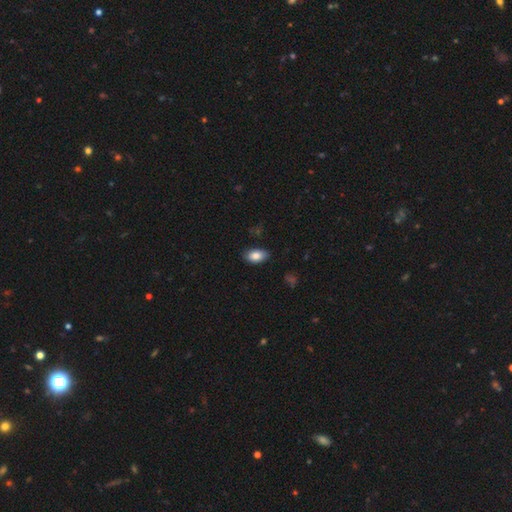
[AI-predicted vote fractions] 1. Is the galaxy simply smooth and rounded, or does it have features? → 84% smooth, 8% featured or disk, 7% star or artifact.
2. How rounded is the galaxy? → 93% in between, 5% round, 2% cigar-shaped.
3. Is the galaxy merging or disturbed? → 83% none, 13% minor disturbance, 2% major disturbance, 1% merger.